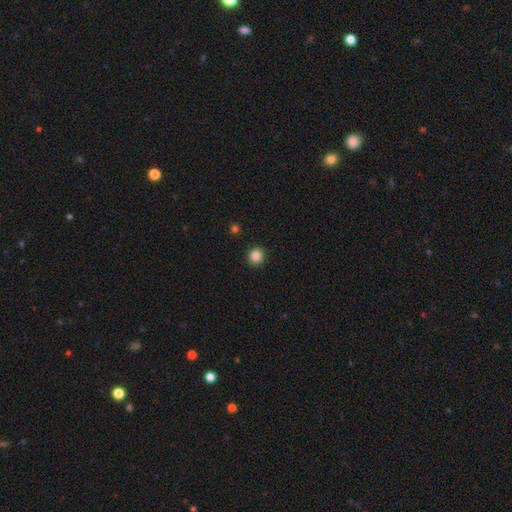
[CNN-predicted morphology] A smooth galaxy with no disk features (86%) that is round (92%).

Vote fractions:
- Smooth or featured? smooth: 86% / star or artifact: 11% / featured or disk: 4%
- How rounded? round: 92% / in between: 7% / cigar-shaped: 1%
- Merging? none: 92% / minor disturbance: 5% / major disturbance: 2% / merger: 1%